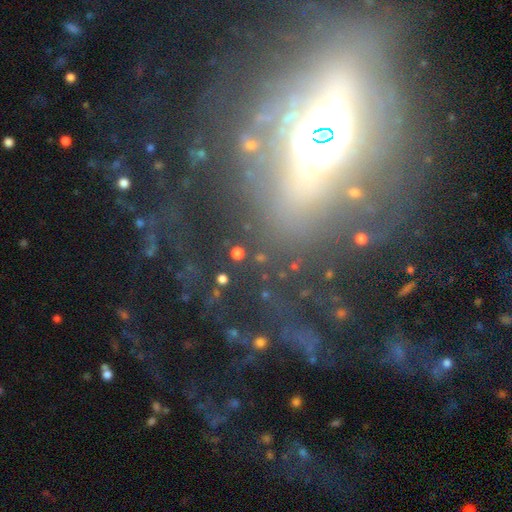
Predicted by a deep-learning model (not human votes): A featured or disk galaxy (62%).

Vote fractions:
- Smooth or featured? featured or disk: 62% / star or artifact: 23% / smooth: 15%
- Edge-on disk? no: 68% / yes: 32%
- Merging? none: 55% / major disturbance: 26% / minor disturbance: 15% / merger: 5%